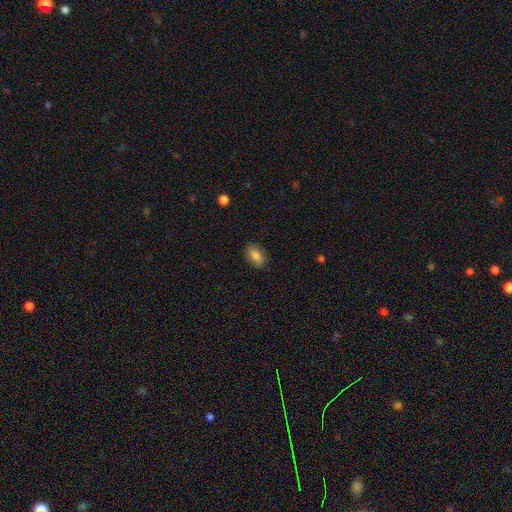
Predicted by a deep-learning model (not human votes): smooth-or-featured: smooth: 79% | featured or disk: 13% | star or artifact: 8%
  how-rounded: in between: 88% | round: 6% | cigar-shaped: 5%
  merging: none: 85% | minor disturbance: 12% | major disturbance: 3% | merger: 1%